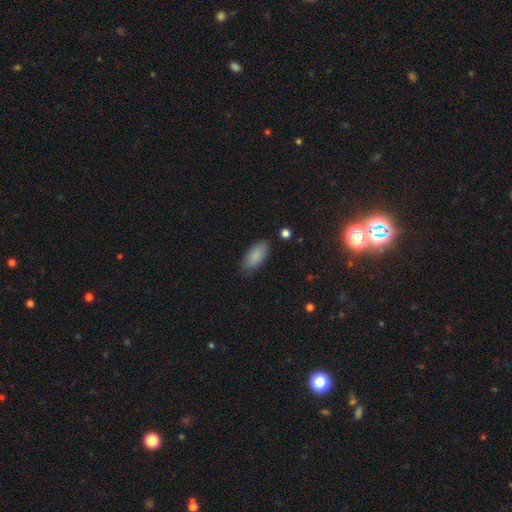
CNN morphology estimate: Smooth or featured? smooth (87%)
How rounded? in between (89%)
Merging? none (78%)